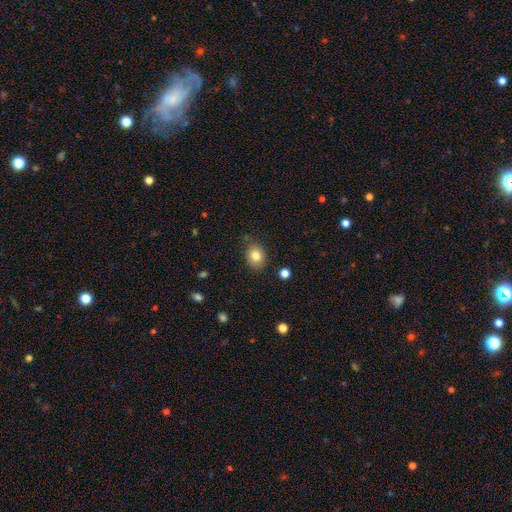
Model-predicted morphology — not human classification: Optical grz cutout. It shows a smooth galaxy with no disk features (82%) that is in between round and cigar-shaped (54%). Merging: none (82%).